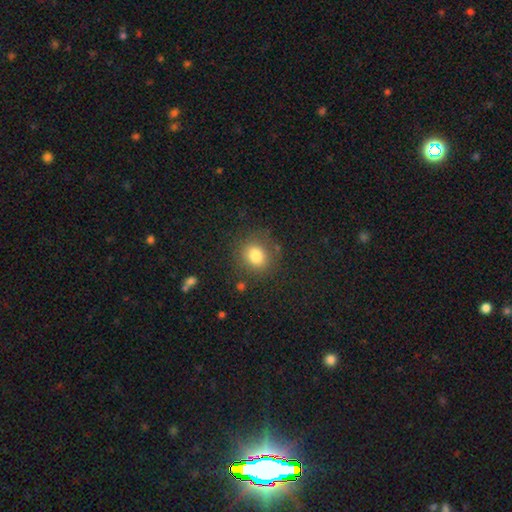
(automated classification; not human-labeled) A smooth galaxy with no disk features (81%) that is round (73%).

Vote fractions:
- Smooth or featured? smooth: 81% / star or artifact: 11% / featured or disk: 8%
- How rounded? round: 73% / in between: 26% / cigar-shaped: 1%
- Merging? none: 82% / minor disturbance: 11% / major disturbance: 4% / merger: 2%